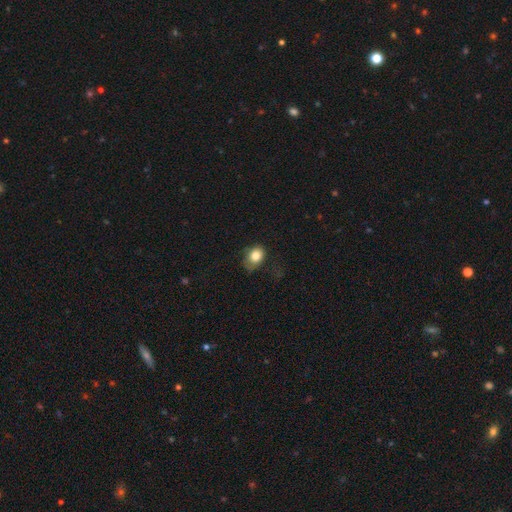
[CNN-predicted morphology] type=smooth (81%); roundness=in between (61%); merging=none (55%).